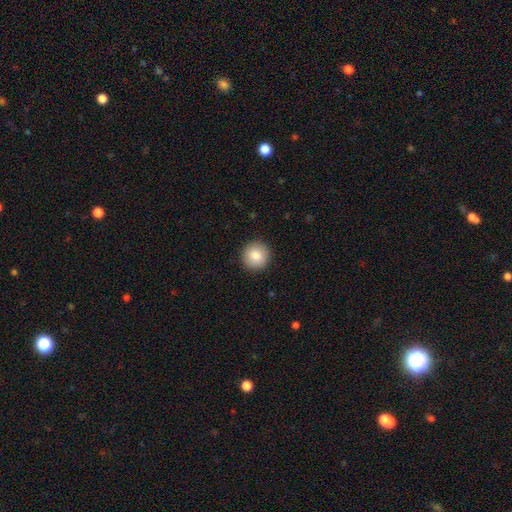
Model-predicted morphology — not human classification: type=smooth (85%); roundness=round (95%); merging=none (92%).